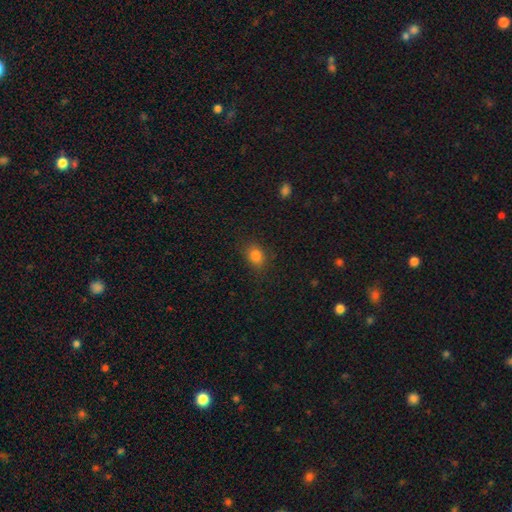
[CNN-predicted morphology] A smooth galaxy with no disk features (82%) that is in between round and cigar-shaped (61%). Merging: none (82%).